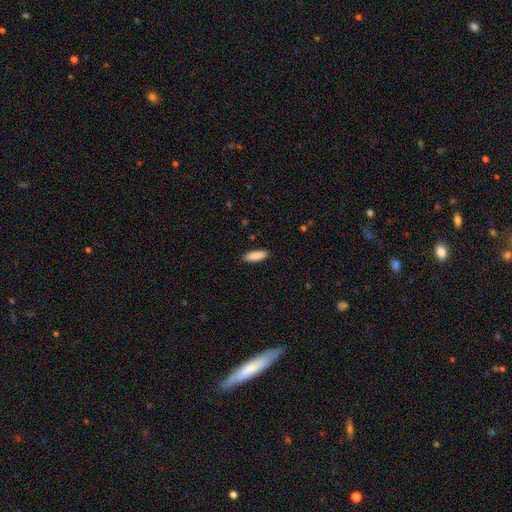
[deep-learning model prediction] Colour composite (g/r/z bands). It shows a smooth galaxy with no disk features (90%) that is in between round and cigar-shaped (62%). Merging: none (89%).